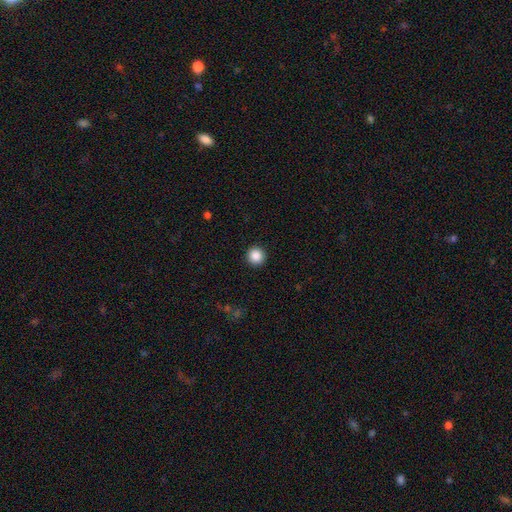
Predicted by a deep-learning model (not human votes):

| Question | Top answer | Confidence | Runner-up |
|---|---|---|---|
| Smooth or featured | smooth | 88% | star or artifact (9%) |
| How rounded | round | 95% | in between (4%) |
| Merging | none | 93% | minor disturbance (4%) |